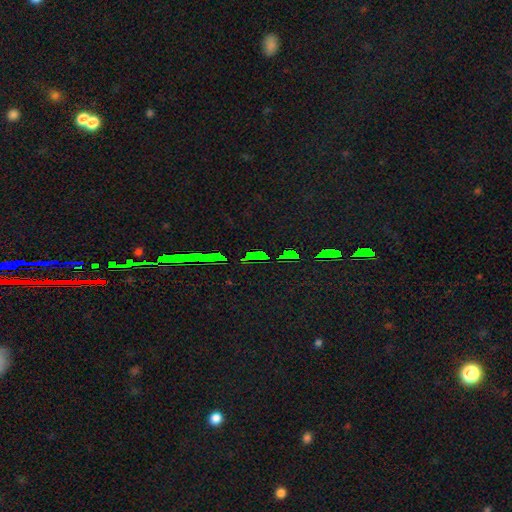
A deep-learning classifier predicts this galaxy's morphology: Smooth or featured? Predicted: star or artifact (p=0.76).